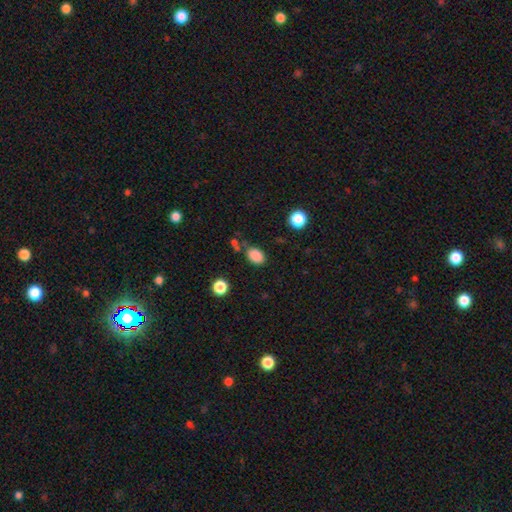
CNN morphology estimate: Smooth or featured? Predicted: smooth (p=0.86). How rounded? Predicted: in between (p=0.79). Merging? Predicted: none (p=0.73).